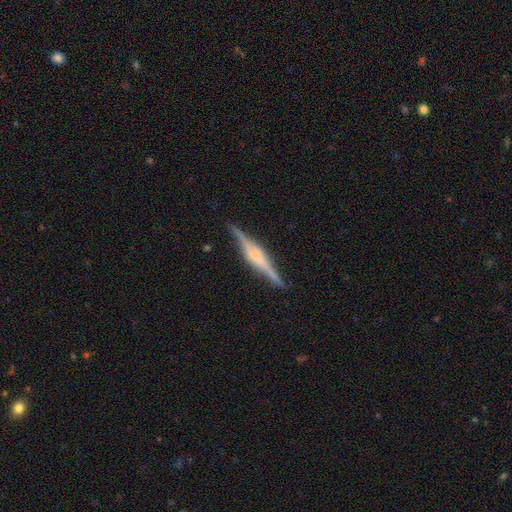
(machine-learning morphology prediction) featured or disk 78%, smooth 15%, star or artifact 7%. Down the decision tree: edge-on disk — yes (97%); edge-on bulge — boxy (53%); merging — none (85%).